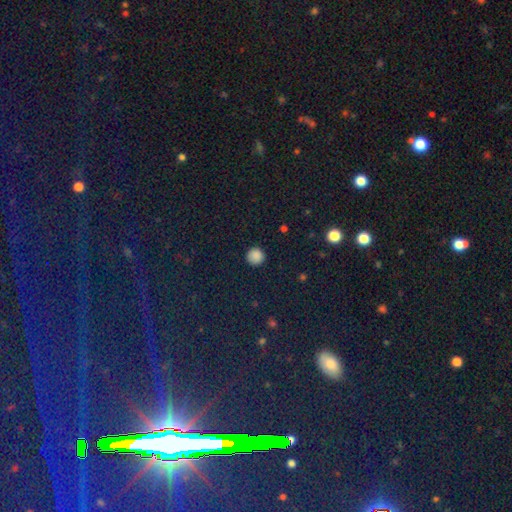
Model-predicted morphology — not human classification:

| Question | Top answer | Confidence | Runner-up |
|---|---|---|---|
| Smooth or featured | smooth | 85% | star or artifact (12%) |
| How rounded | round | 94% | in between (5%) |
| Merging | none | 90% | minor disturbance (7%) |